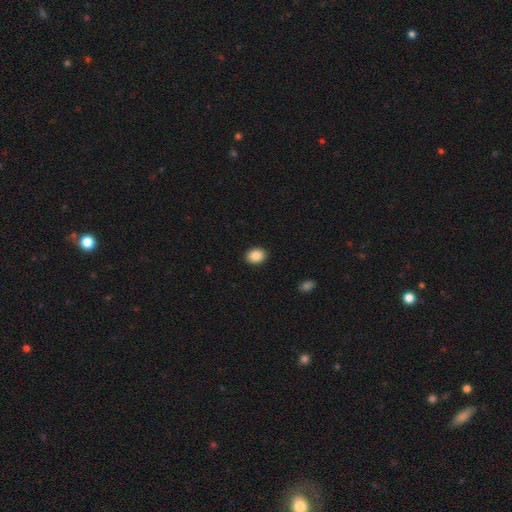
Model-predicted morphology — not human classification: A smooth galaxy with no disk features (88%) that is in between round and cigar-shaped (58%).

Vote fractions:
- Smooth or featured? smooth: 88% / star or artifact: 8% / featured or disk: 4%
- How rounded? in between: 58% / round: 41% / cigar-shaped: 1%
- Merging? none: 91% / minor disturbance: 6% / major disturbance: 2% / merger: 1%